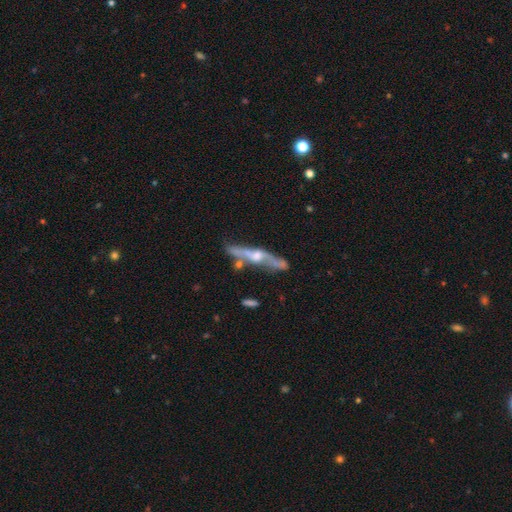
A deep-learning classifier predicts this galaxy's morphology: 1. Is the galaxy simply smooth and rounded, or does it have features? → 73% featured or disk, 20% smooth, 6% star or artifact.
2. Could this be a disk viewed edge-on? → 82% yes, 18% no.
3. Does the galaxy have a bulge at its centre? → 83% rounded, 9% none, 8% boxy.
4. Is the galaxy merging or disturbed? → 61% none, 20% minor disturbance, 12% merger, 8% major disturbance.